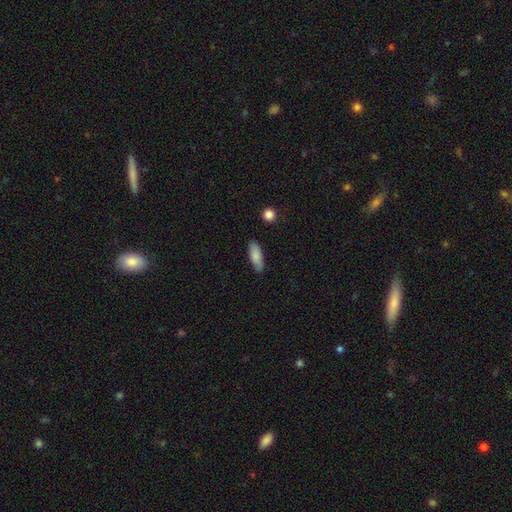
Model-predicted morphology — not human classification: smooth 85%, featured or disk 9%, star or artifact 6%. Down the decision tree: how rounded — in between (66%); merging — none (86%).